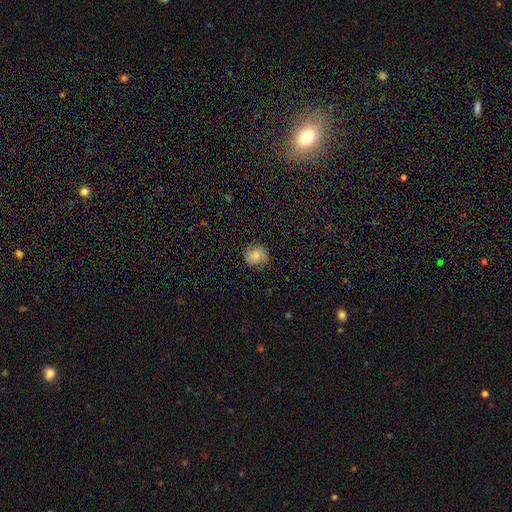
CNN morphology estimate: A smooth galaxy with no disk features (58%) that is round (83%). Merging: none (77%).